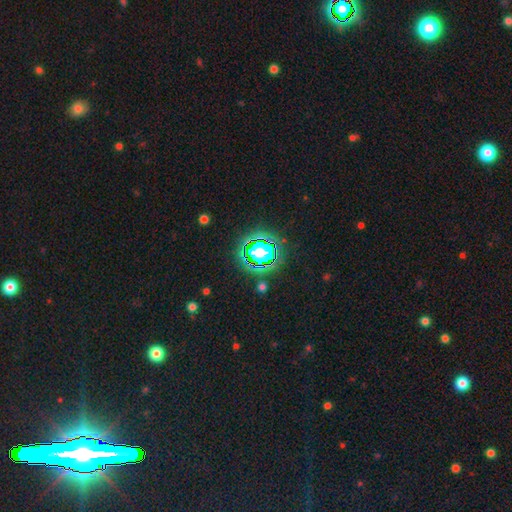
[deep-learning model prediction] Smooth or featured: star or artifact — 81% (smooth — 12%)